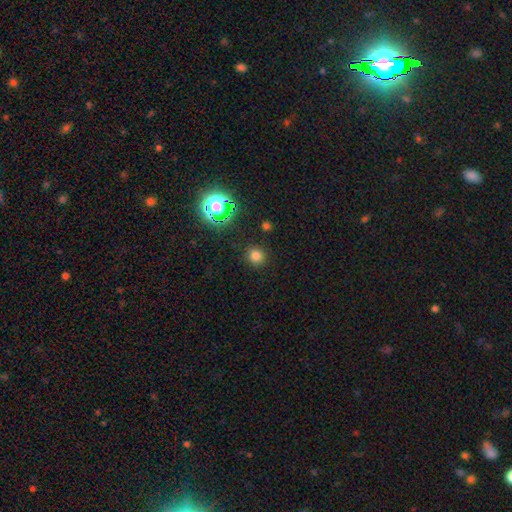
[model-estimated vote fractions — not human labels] smooth 75%, star or artifact 19%, featured or disk 5%. Down the decision tree: how rounded — round (92%); merging — none (89%).